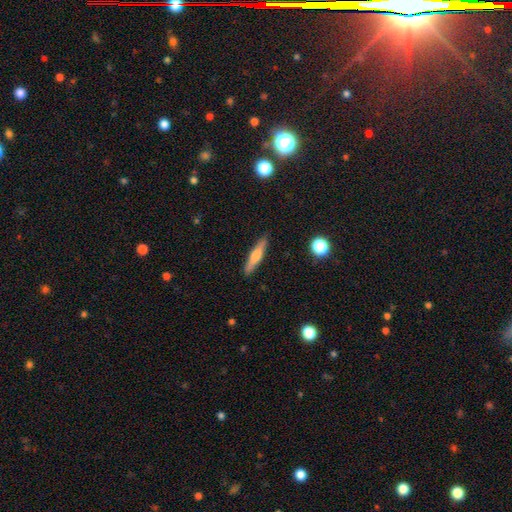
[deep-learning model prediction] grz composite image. It shows a smooth galaxy with no disk features (53%) that is cigar-shaped (87%). Merging: none (89%).